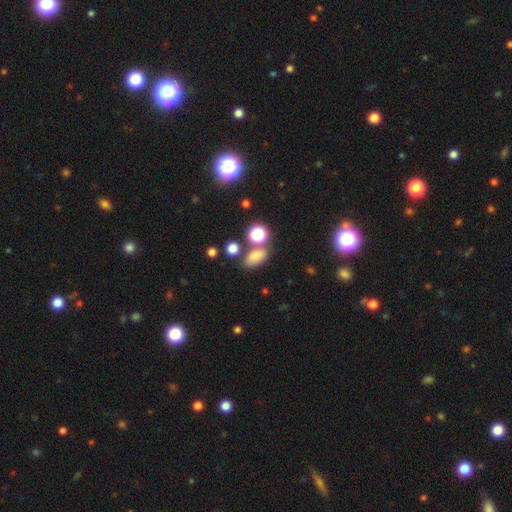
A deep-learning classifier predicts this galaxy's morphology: Smooth or featured: smooth — 75% (star or artifact — 16%)
How rounded: in between — 81% (round — 16%)
Merging: none — 63% (merger — 18%)